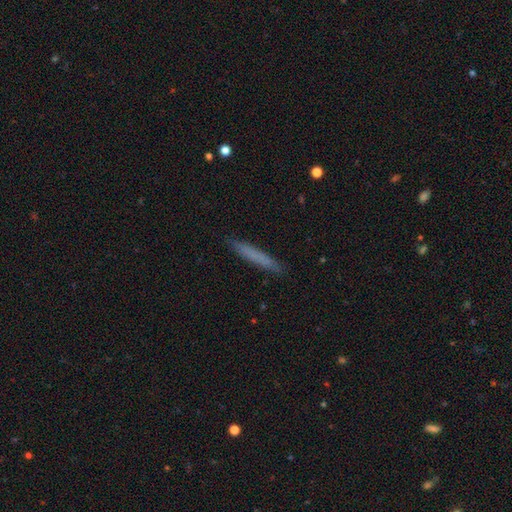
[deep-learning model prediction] smooth_or_featured: smooth (p=0.71) [alt: featured or disk p=0.22]
how_rounded: cigar-shaped (p=0.96) [alt: in between p=0.03]
merging: none (p=0.90) [alt: minor disturbance p=0.08]